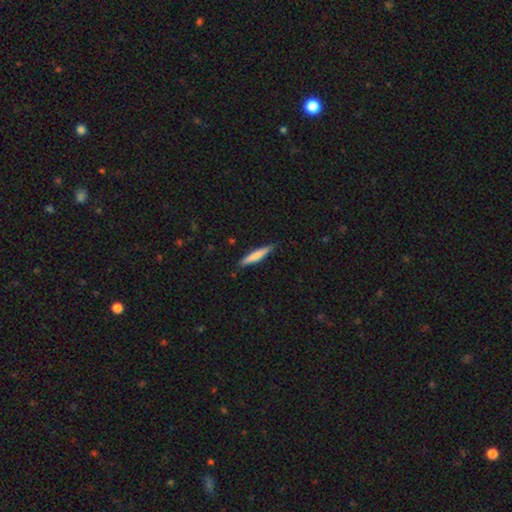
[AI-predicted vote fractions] A smooth galaxy with no disk features (72%) that is cigar-shaped (91%).

Vote fractions:
- Smooth or featured? smooth: 72% / featured or disk: 23% / star or artifact: 5%
- How rounded? cigar-shaped: 91% / in between: 8% / round: 1%
- Merging? none: 88% / minor disturbance: 9% / major disturbance: 2% / merger: 1%